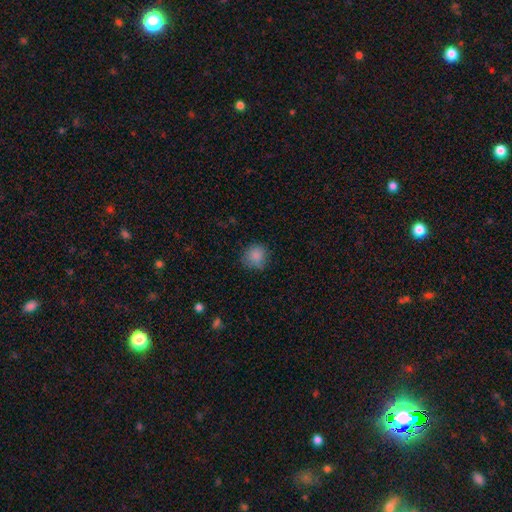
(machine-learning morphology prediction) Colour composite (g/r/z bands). It shows a smooth galaxy with no disk features (85%) that is round (86%). Merging: none (75%).